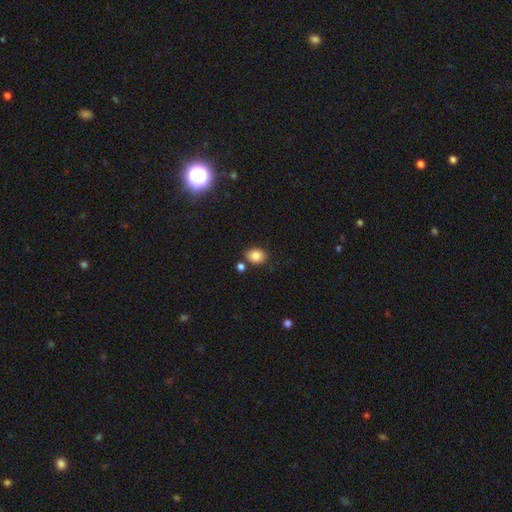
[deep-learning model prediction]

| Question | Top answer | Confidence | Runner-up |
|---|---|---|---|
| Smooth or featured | smooth | 84% | star or artifact (10%) |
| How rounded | in between | 59% | round (40%) |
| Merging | none | 78% | minor disturbance (11%) |